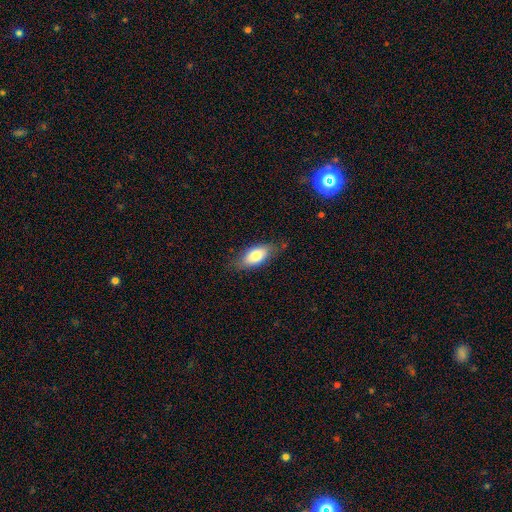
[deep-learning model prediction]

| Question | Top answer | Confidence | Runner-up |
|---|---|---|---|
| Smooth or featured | smooth | 77% | featured or disk (16%) |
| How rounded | in between | 88% | cigar-shaped (9%) |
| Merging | none | 75% | minor disturbance (19%) |